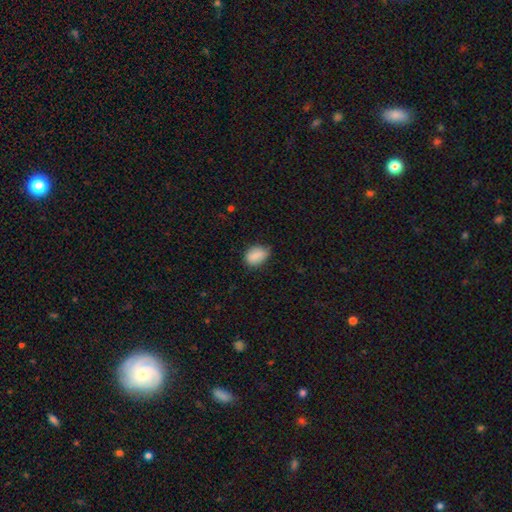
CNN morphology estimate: This appears to be a smooth galaxy with no disk features (87%) that is in between round and cigar-shaped (78%). Merging: none (65%).